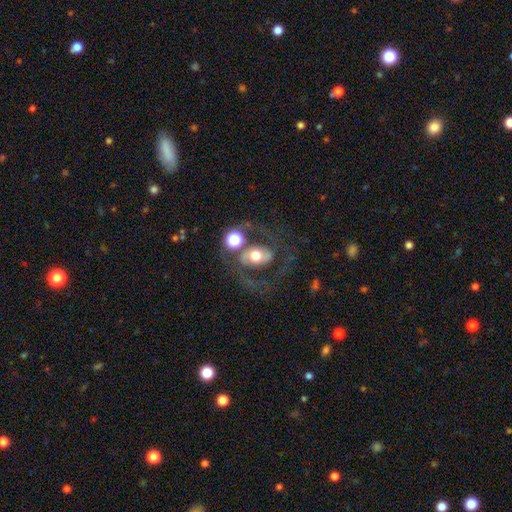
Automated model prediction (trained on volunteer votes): Morphology: type=featured or disk (64%); edge-on=no (96%); bar=no (56%); spiral arms=yes (75%); bulge=moderate (62%); merging=none (49%).